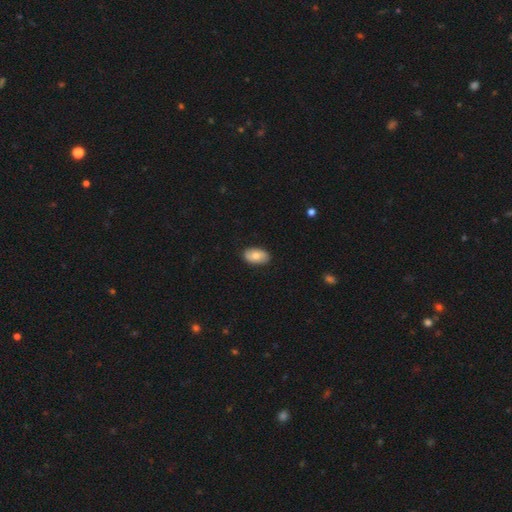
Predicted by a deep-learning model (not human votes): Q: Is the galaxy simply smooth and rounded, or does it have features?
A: smooth — 72%.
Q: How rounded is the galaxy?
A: in between — 93%.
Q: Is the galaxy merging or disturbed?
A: none — 87%.